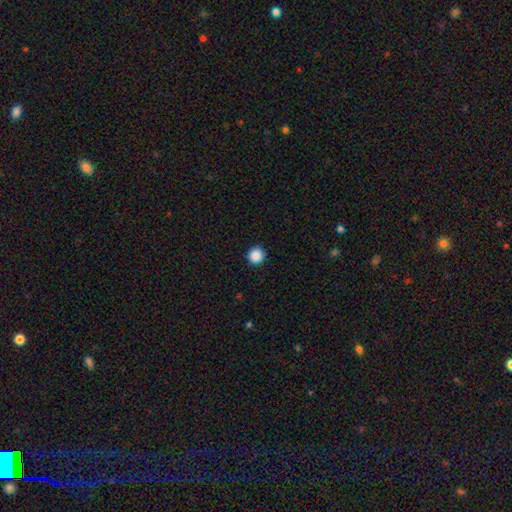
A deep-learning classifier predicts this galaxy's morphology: smooth-or-featured: smooth: 88% | star or artifact: 9% | featured or disk: 2%
  how-rounded: round: 95% | in between: 4% | cigar-shaped: 1%
  merging: none: 93% | minor disturbance: 4% | major disturbance: 2% | merger: 1%